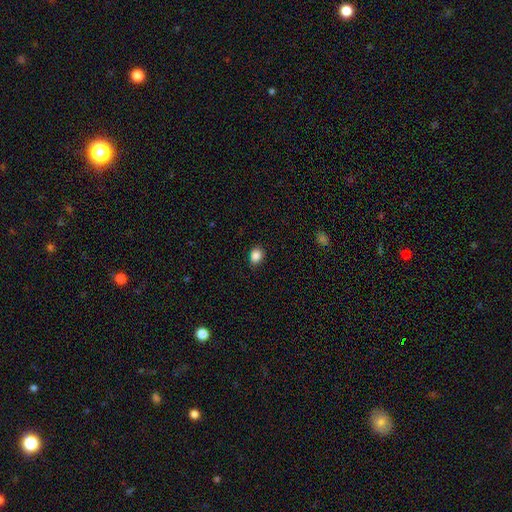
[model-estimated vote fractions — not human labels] Overall: smooth (87%). How rounded: round (50%; in between 49%). Merging: none (85%).